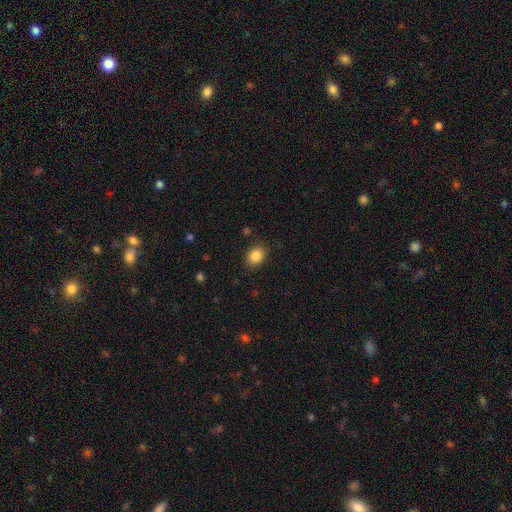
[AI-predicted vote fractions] The model was most divided on "how rounded": round: 53%, in between: 47%, cigar-shaped: 1%. More confident: merging — none (87%); smooth or featured — smooth (85%).